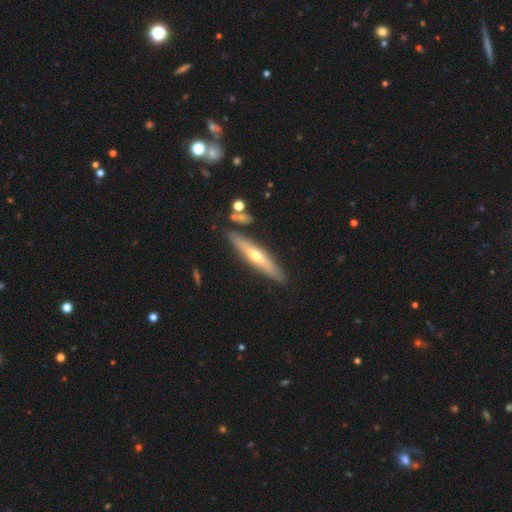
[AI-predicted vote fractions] Q: Smooth or featured?
A: featured or disk (59%); runner-up: smooth (35%)
Q: Edge-on disk?
A: yes (90%); runner-up: no (10%)
Q: Edge-on bulge?
A: rounded (87%); runner-up: none (11%)
Q: Merging?
A: none (86%); runner-up: minor disturbance (9%)